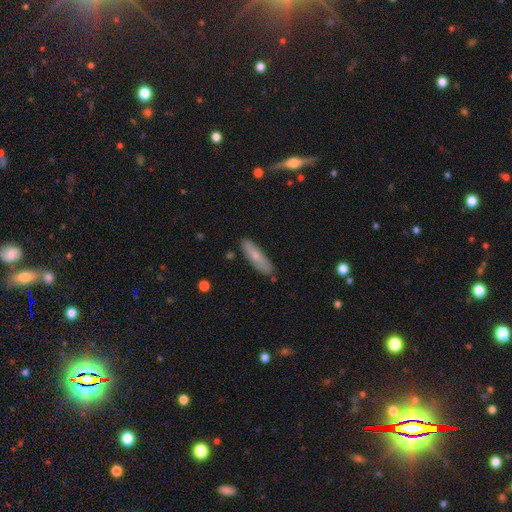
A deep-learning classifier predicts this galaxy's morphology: smooth-or-featured: smooth: 70% | featured or disk: 24% | star or artifact: 6%
  how-rounded: cigar-shaped: 67% | in between: 31% | round: 2%
  merging: none: 82% | minor disturbance: 13% | major disturbance: 2% | merger: 2%